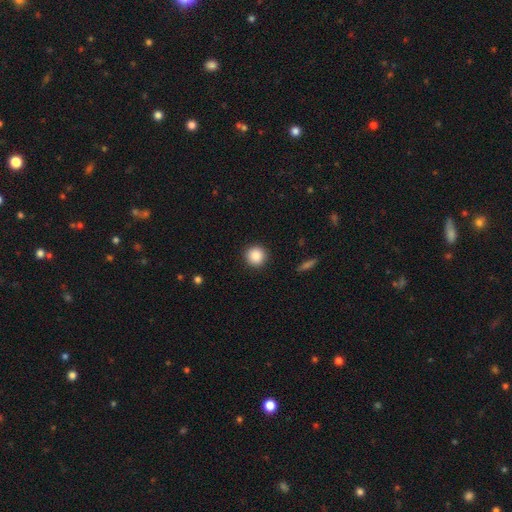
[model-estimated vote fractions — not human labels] The model was most divided on "smooth or featured": smooth: 88%, star or artifact: 8%, featured or disk: 3%. More confident: how rounded — round (95%); merging — none (92%).